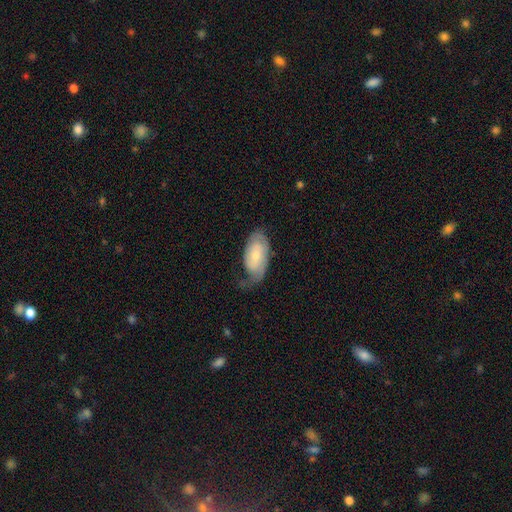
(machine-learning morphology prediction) featured or disk 56%, smooth 38%, star or artifact 6%. Down the decision tree: edge-on disk — no (94%); bar — no (63%); spiral arms — yes (84%); bulge size — small (53%); merging — none (45%).